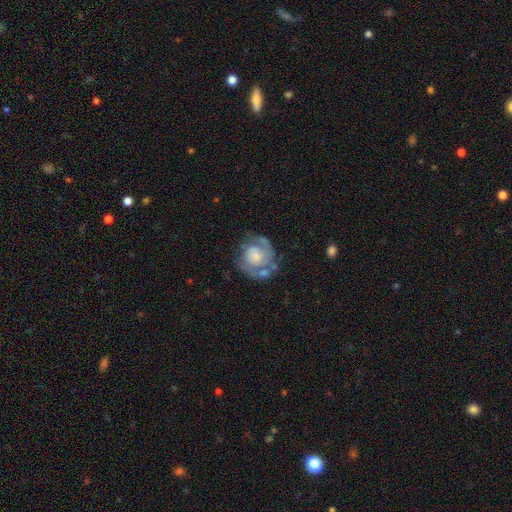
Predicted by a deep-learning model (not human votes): smooth_or_featured: featured or disk (p=0.72) [alt: smooth p=0.21]
disk_edge_on: no (p=0.98) [alt: yes p=0.02]
bar: no (p=0.71) [alt: weak p=0.24]
has_spiral_arms: yes (p=0.81) [alt: no p=0.19]
spiral_winding: tight (p=0.53) [alt: medium p=0.34]
spiral_arm_count: 2 (p=0.48) [alt: can't tell p=0.22]
bulge_size: small (p=0.38) [alt: moderate p=0.29]
merging: none (p=0.51) [alt: minor disturbance p=0.22]